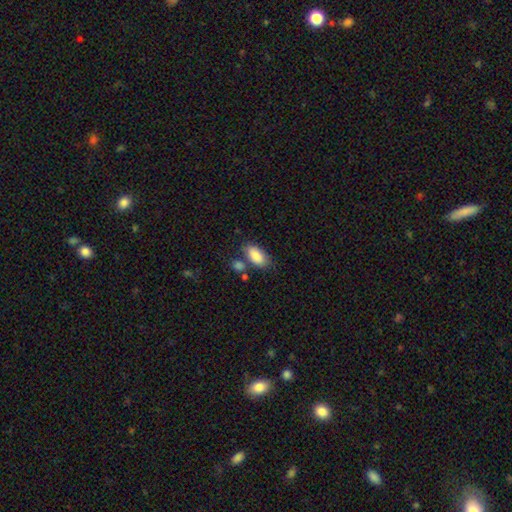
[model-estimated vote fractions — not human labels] A smooth galaxy with no disk features (86%) that is in between round and cigar-shaped (92%). Merging: none (64%).